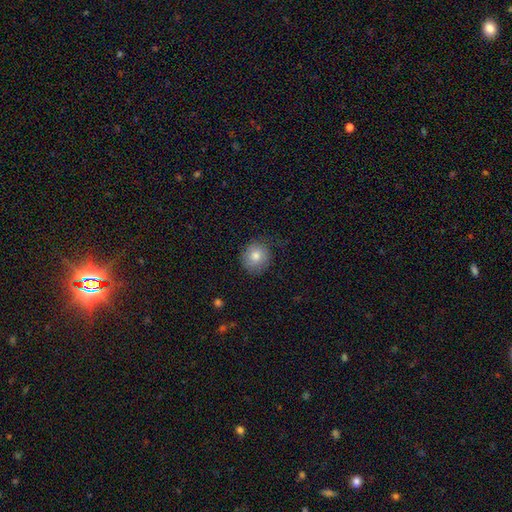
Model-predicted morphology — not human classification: smooth-or-featured: smooth: 81% | featured or disk: 10% | star or artifact: 9%
  how-rounded: round: 88% | in between: 11% | cigar-shaped: 1%
  merging: none: 77% | minor disturbance: 17% | major disturbance: 5% | merger: 1%